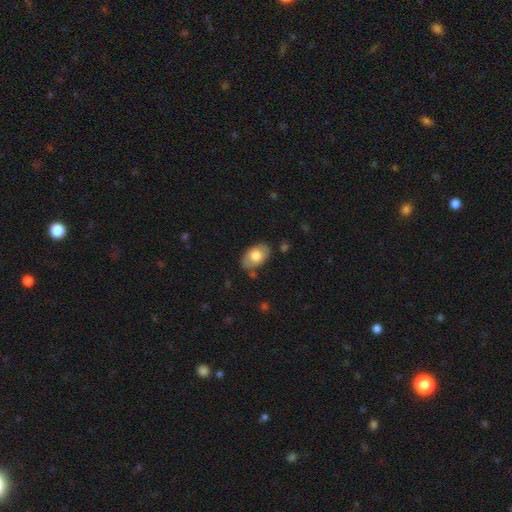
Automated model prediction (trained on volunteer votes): Q: Smooth or featured?
A: smooth (70%); runner-up: featured or disk (24%)
Q: How rounded?
A: in between (90%); runner-up: round (8%)
Q: Merging?
A: none (78%); runner-up: minor disturbance (16%)